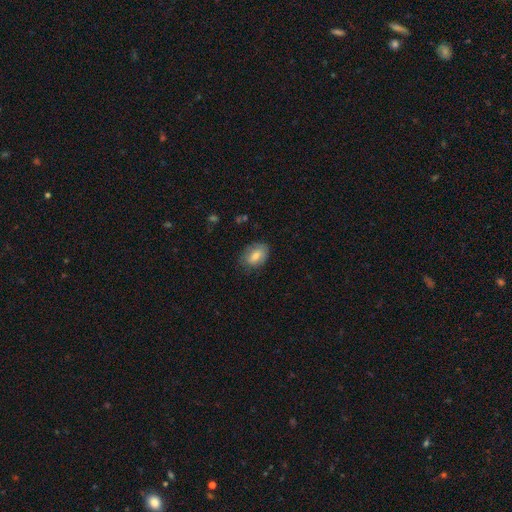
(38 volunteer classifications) A smooth galaxy with no disk features (71%) that is in between round and cigar-shaped (96%).

Vote fractions:
- Smooth or featured? smooth: 71% / featured or disk: 21% / star or artifact: 8%
- How rounded? in between: 96% / round: 4% / cigar-shaped: 0%
- Merging? none: 66% / minor disturbance: 29% / major disturbance: 3% / merger: 3%